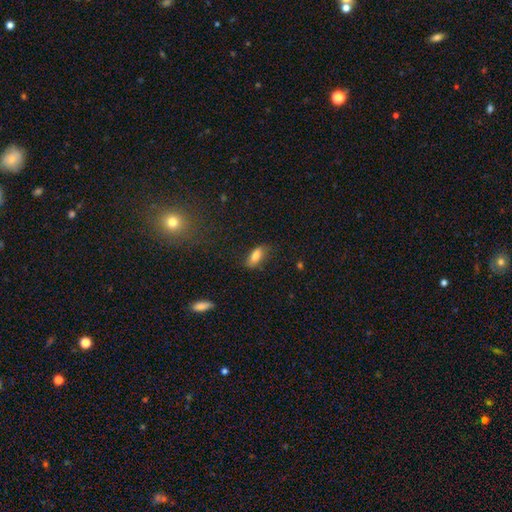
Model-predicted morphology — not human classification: smooth-or-featured: smooth: 79% | featured or disk: 13% | star or artifact: 8%
  how-rounded: in between: 83% | cigar-shaped: 14% | round: 3%
  merging: none: 72% | minor disturbance: 21% | major disturbance: 6% | merger: 2%